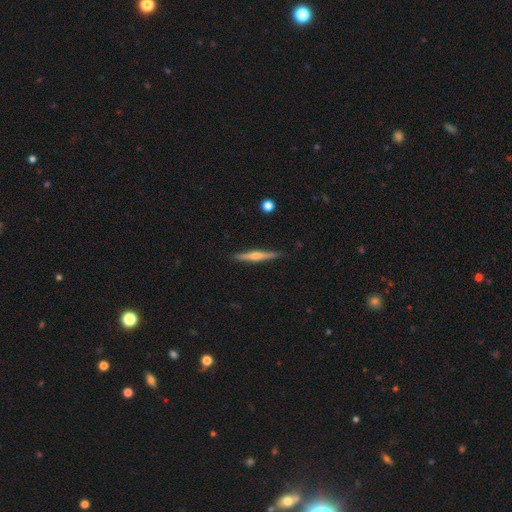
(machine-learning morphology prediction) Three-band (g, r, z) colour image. It shows a featured or disk galaxy (68%) viewed edge-on (98%) with a rounded central bulge (84%). Merging: none (90%).